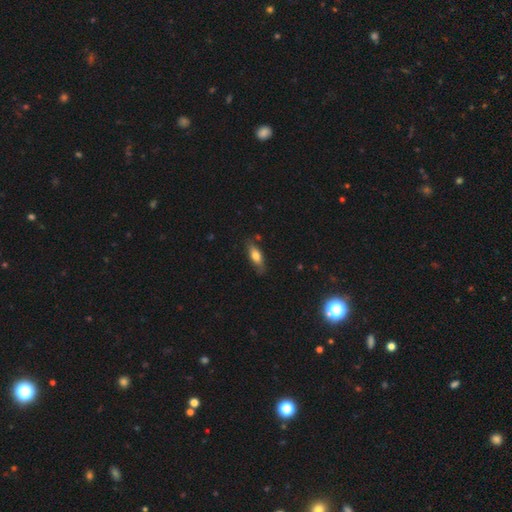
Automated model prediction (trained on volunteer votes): The model was most divided on "how rounded": in between: 70%, cigar-shaped: 27%, round: 3%. More confident: merging — none (75%); smooth or featured — smooth (70%).